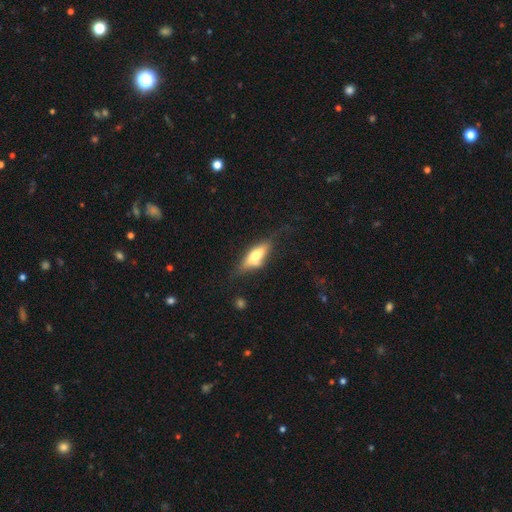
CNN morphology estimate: Smooth or featured? smooth (50%)
How rounded? in between (56%)
Merging? none (58%)